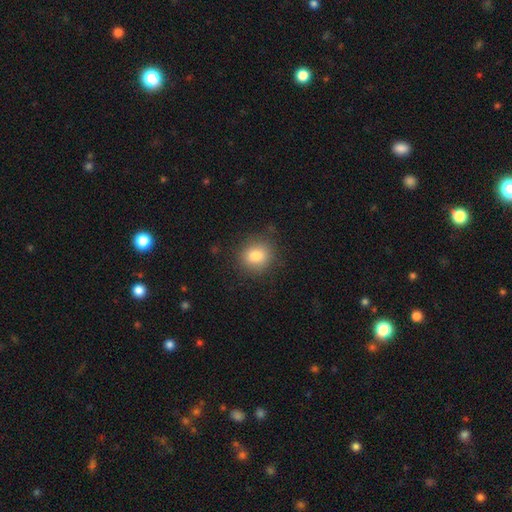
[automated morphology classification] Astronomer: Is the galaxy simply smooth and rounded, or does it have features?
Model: smooth — 82%.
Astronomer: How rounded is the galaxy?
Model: round — 78%.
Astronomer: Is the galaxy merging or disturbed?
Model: none — 84%.